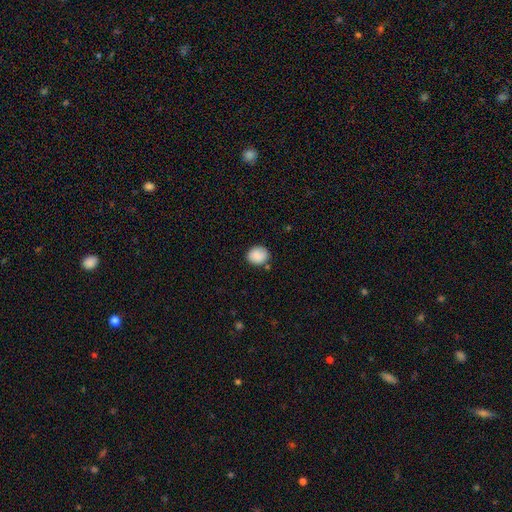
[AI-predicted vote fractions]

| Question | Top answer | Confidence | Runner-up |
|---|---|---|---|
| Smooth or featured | smooth | 87% | star or artifact (8%) |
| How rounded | round | 73% | in between (26%) |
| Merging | none | 79% | minor disturbance (15%) |